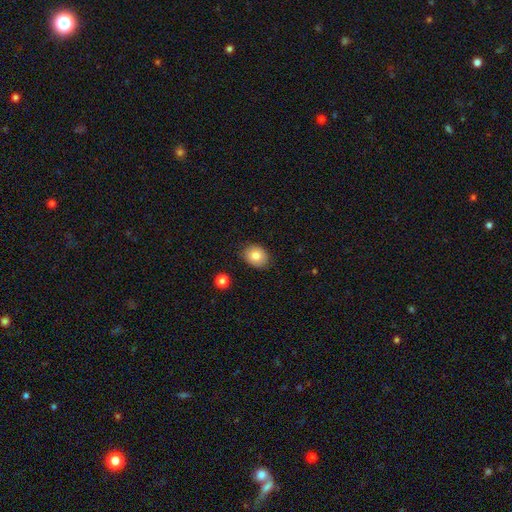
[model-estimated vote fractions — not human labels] A smooth galaxy with no disk features (82%) that is in between round and cigar-shaped (52%).

Vote fractions:
- Smooth or featured? smooth: 82% / featured or disk: 9% / star or artifact: 9%
- How rounded? in between: 52% / round: 47% / cigar-shaped: 1%
- Merging? none: 84% / minor disturbance: 12% / major disturbance: 2% / merger: 2%